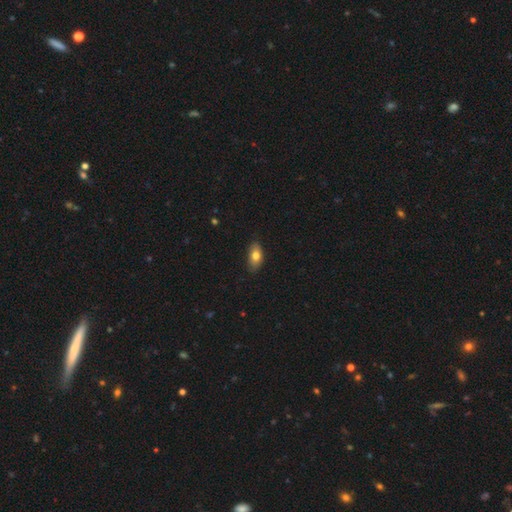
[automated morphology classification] Smooth or featured? Predicted: smooth (p=0.76). How rounded? Predicted: in between (p=0.90). Merging? Predicted: none (p=0.82).